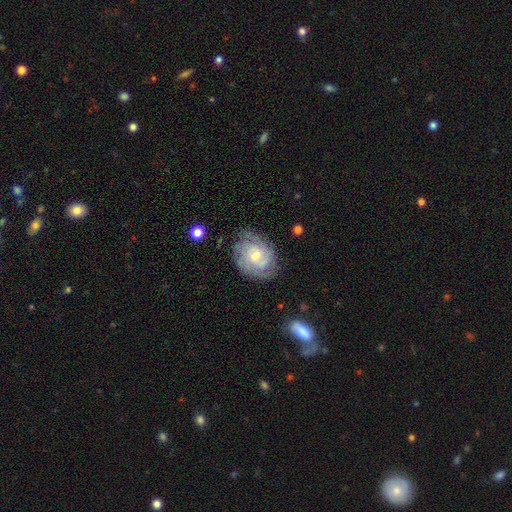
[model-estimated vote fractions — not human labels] Q: Smooth or featured?
A: featured or disk (74%); runner-up: smooth (19%)
Q: Edge-on disk?
A: no (97%); runner-up: yes (3%)
Q: Bar?
A: no (70%); runner-up: weak (26%)
Q: Spiral arms?
A: yes (91%); runner-up: no (9%)
Q: Spiral winding?
A: tight (65%); runner-up: medium (27%)
Q: Spiral arm count?
A: can't tell (43%); runner-up: 2 (18%)
Q: Bulge size?
A: small (59%); runner-up: moderate (37%)
Q: Merging?
A: none (71%); runner-up: minor disturbance (20%)